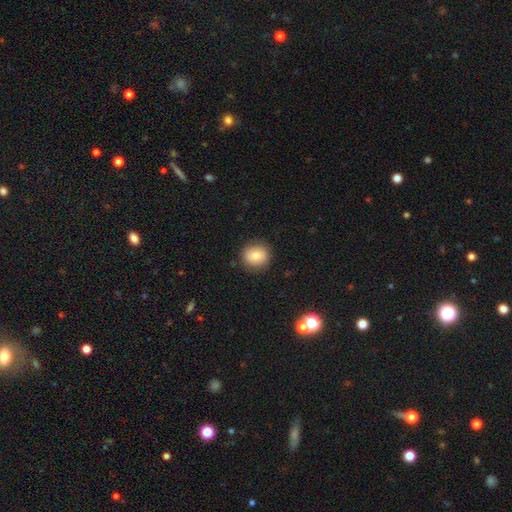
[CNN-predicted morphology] smooth 80%, featured or disk 11%, star or artifact 9%. Down the decision tree: how rounded — round (81%); merging — none (87%).